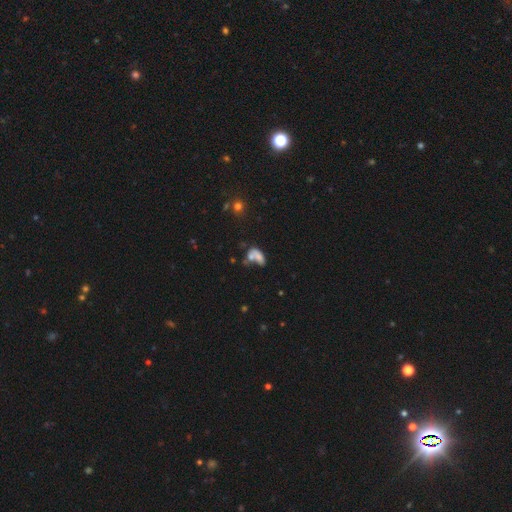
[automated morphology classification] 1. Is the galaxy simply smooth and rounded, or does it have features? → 61% smooth, 25% featured or disk, 14% star or artifact.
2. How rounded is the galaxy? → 84% in between, 10% round, 6% cigar-shaped.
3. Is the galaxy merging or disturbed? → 48% merger, 23% none, 16% major disturbance, 13% minor disturbance.